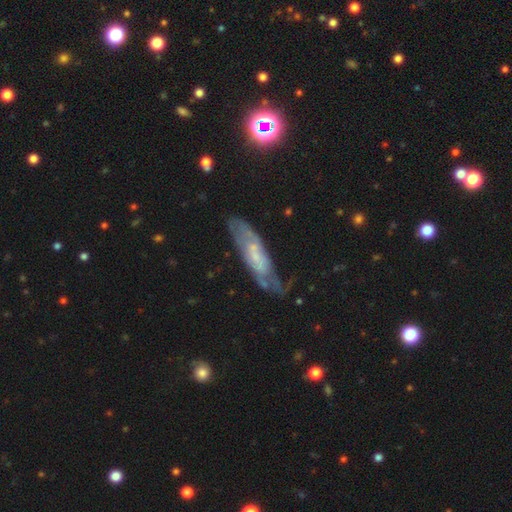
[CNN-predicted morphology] featured or disk 67%, smooth 25%, star or artifact 8%. Down the decision tree: edge-on disk — no (73%); merging — none (53%).